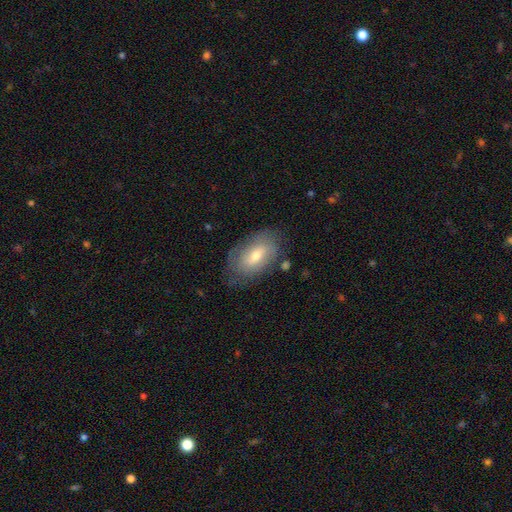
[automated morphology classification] The model was most divided on "smooth or featured": featured or disk: 49%, smooth: 43%, star or artifact: 7%. More confident: merging — none (70%).